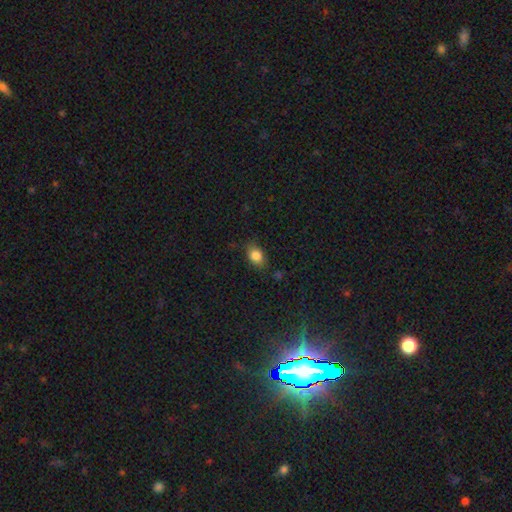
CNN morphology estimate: The model was most divided on "how rounded": in between: 74%, round: 24%, cigar-shaped: 2%. More confident: smooth or featured — smooth (84%); merging — none (75%).